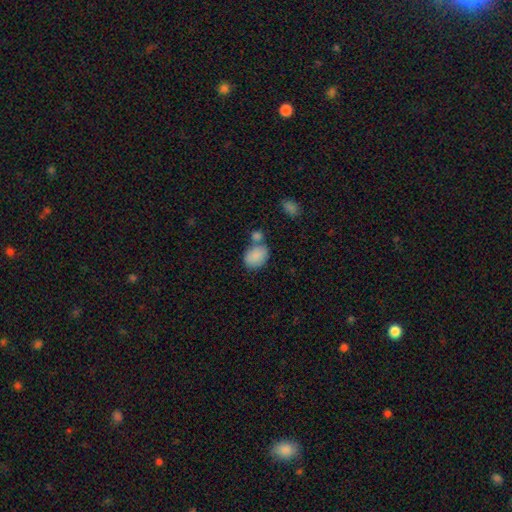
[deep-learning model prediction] smooth 86%, star or artifact 7%, featured or disk 7%. Down the decision tree: how rounded — in between (73%); merging — none (49%).